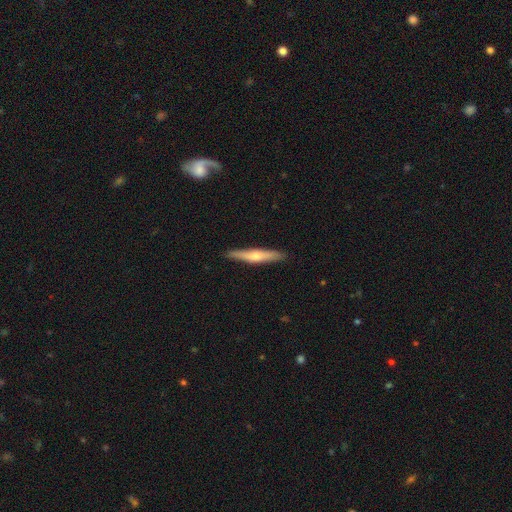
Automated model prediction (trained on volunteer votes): This is possibly a featured or disk galaxy (50%). It is clearly viewed edge-on (94%). Merging: clearly none (89%).